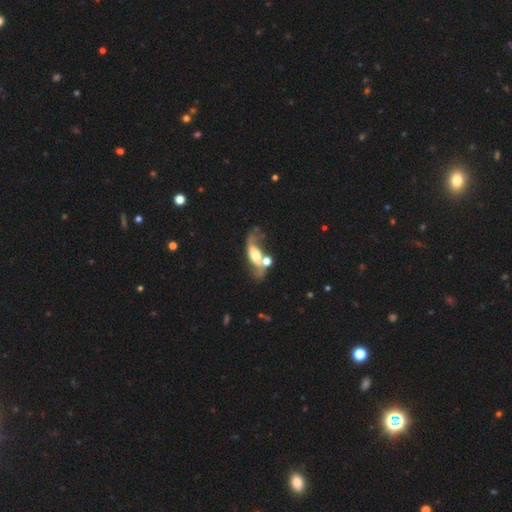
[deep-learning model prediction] Overall: featured or disk (69%). Edge-on disk: no (81%). Bar: no (59%; weak 27%). Spiral arms: yes (77%). Bulge size: moderate (57%; large 27%). Merging: none (40%; merger 27%).